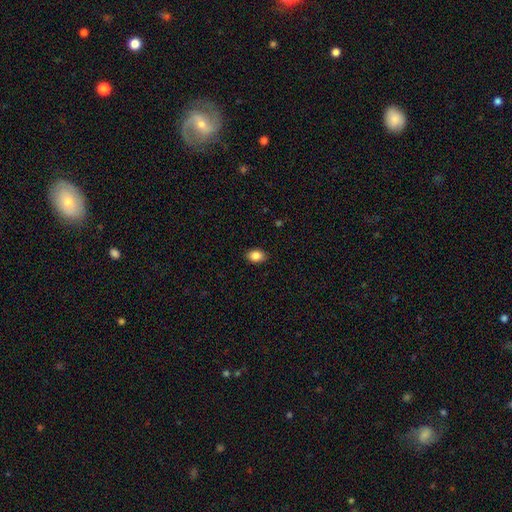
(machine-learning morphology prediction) Overall: smooth (87%). How rounded: in between (76%). Merging: none (89%).